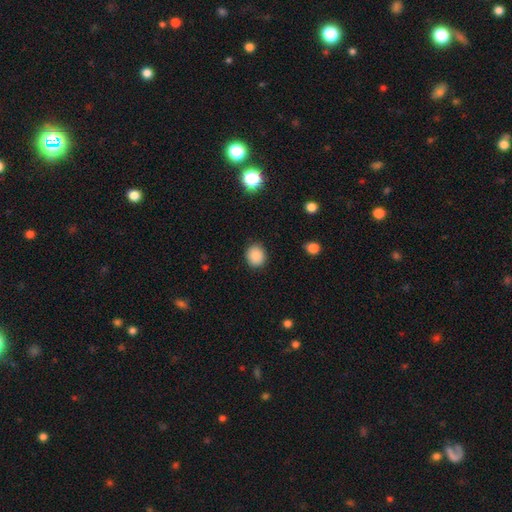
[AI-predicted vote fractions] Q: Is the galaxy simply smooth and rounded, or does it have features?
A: smooth — 87%.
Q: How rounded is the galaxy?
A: round — 80%.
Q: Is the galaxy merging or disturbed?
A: none — 89%.